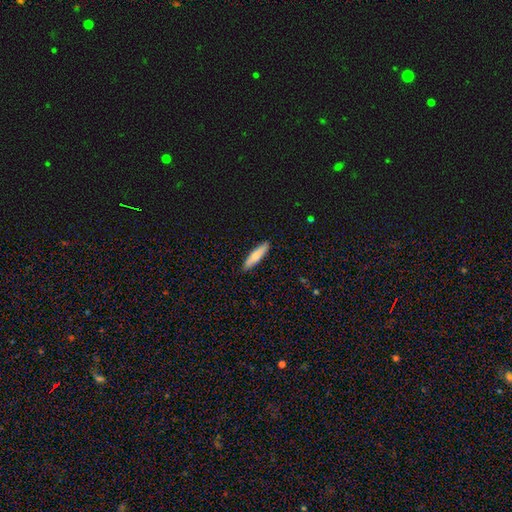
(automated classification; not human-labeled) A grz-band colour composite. It shows a smooth galaxy with no disk features (72%) that is cigar-shaped (78%). Merging: none (90%).